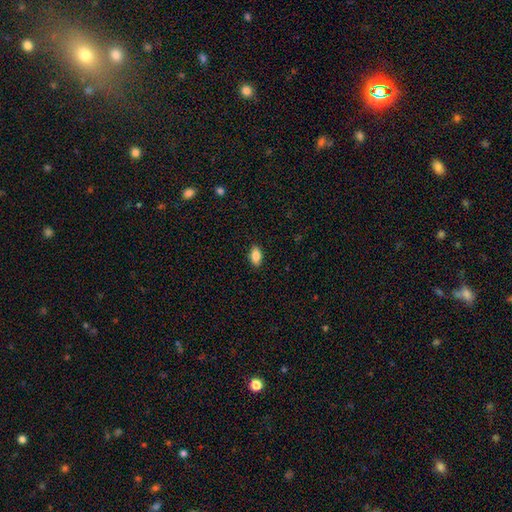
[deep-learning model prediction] Q: Smooth or featured?
A: smooth (86%); runner-up: star or artifact (8%)
Q: How rounded?
A: in between (91%); runner-up: round (6%)
Q: Merging?
A: none (88%); runner-up: minor disturbance (9%)